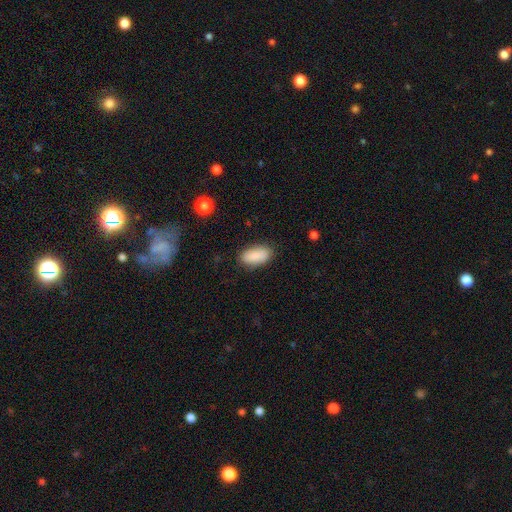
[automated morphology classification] Q: Smooth or featured?
A: smooth (87%); runner-up: star or artifact (7%)
Q: How rounded?
A: in between (92%); runner-up: cigar-shaped (5%)
Q: Merging?
A: none (83%); runner-up: minor disturbance (12%)